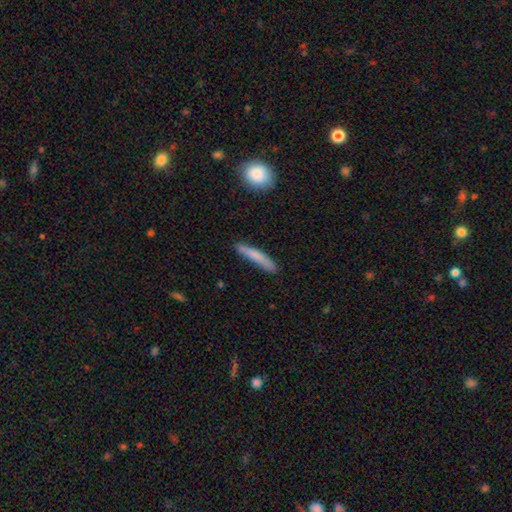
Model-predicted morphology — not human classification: This appears to be a smooth galaxy with no disk features (73%) that is cigar-shaped (94%). Merging: none (78%).